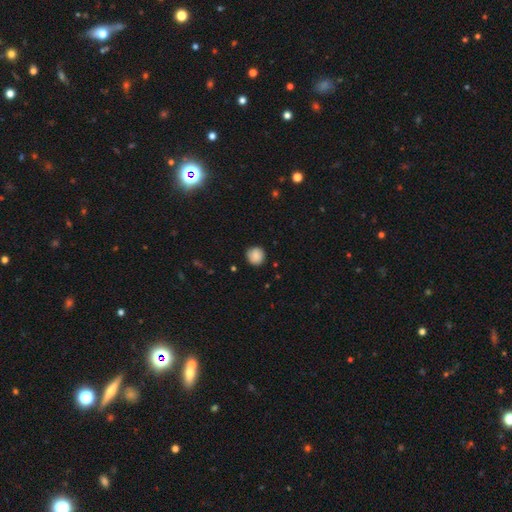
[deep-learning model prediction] This appears to be a smooth galaxy with no disk features (83%) that is round (93%). Merging: none (85%).